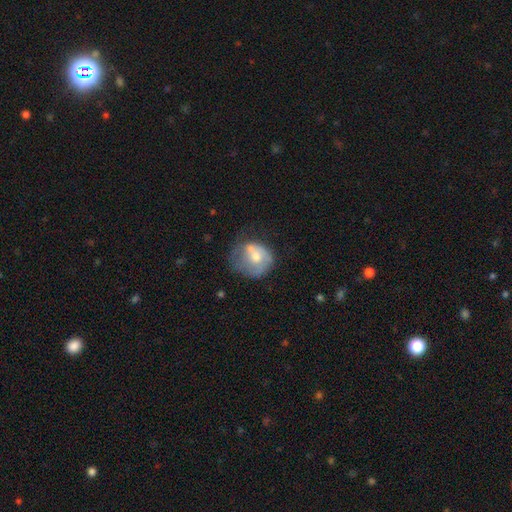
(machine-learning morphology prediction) smooth 53%, featured or disk 39%, star or artifact 7%. Down the decision tree: how rounded — round (70%); merging — none (30%, tied with major disturbance).